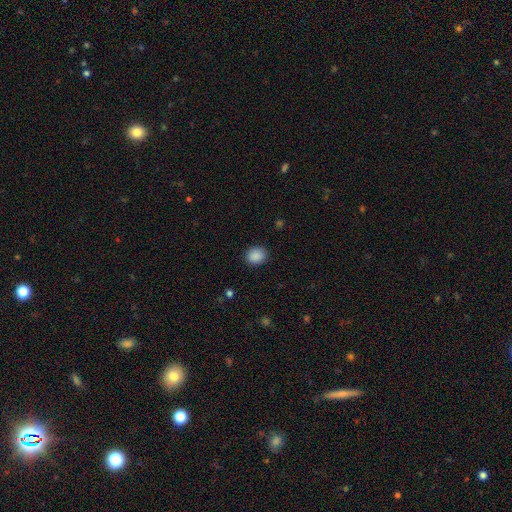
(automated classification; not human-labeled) smooth_or_featured: smooth (p=0.89) [alt: star or artifact p=0.09]
how_rounded: round (p=0.64) [alt: in between p=0.35]
merging: none (p=0.89) [alt: minor disturbance p=0.08]